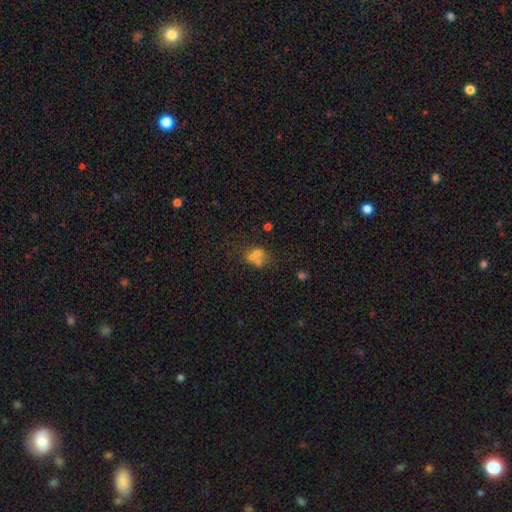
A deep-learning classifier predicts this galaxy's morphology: A smooth galaxy with no disk features (52%) that is round (64%).

Vote fractions:
- Smooth or featured? smooth: 52% / featured or disk: 29% / star or artifact: 19%
- How rounded? round: 64% / in between: 35% / cigar-shaped: 1%
- Merging? merger: 55% / none: 31% / minor disturbance: 8% / major disturbance: 6%